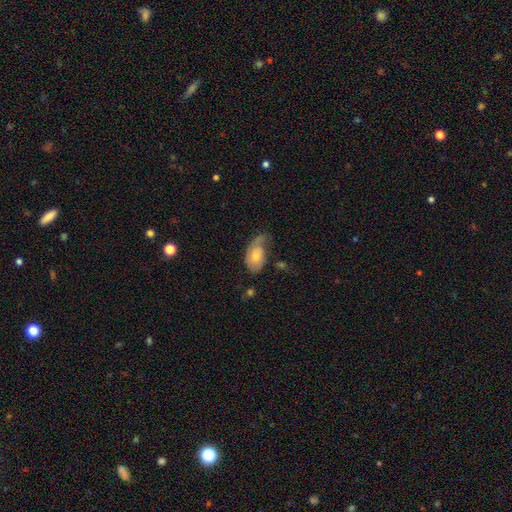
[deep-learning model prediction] Smooth or featured?
  - featured or disk: 51% *
  - smooth: 42%
  - star or artifact: 7%
Edge-on disk?
  - no: 93% *
  - yes: 7%
Merging?
  - none: 36% *
  - minor disturbance: 31%
  - major disturbance: 28%
  - merger: 5%